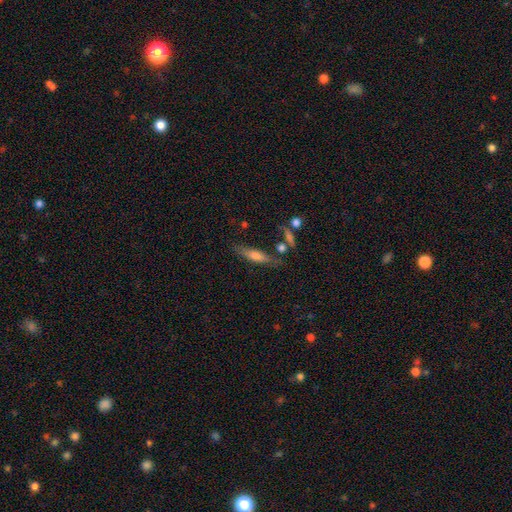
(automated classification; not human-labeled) This appears to be a smooth galaxy with no disk features (55%) that is cigar-shaped (73%). Merging: none (70%).